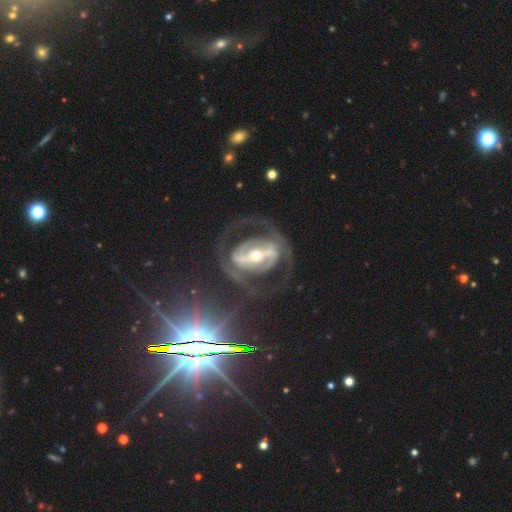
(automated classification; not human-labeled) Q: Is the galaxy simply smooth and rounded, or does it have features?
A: featured or disk — 87%.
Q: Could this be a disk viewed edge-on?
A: no — 95%.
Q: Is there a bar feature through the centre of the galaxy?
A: strong — 73%.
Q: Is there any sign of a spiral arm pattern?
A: yes — 89%.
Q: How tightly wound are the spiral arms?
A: medium — 47%.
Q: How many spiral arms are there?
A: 2 — 82%.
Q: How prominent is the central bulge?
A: small — 52%.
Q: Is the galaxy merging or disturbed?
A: none — 67%.